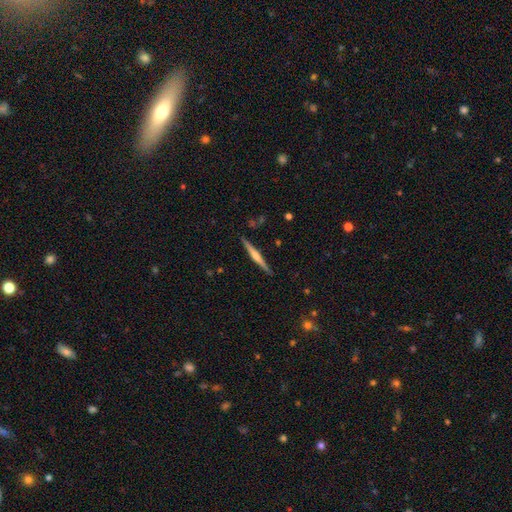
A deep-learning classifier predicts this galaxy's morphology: Smooth or featured? featured or disk (68%)
Edge-on disk? yes (98%)
Edge-on bulge? rounded (73%)
Merging? none (91%)